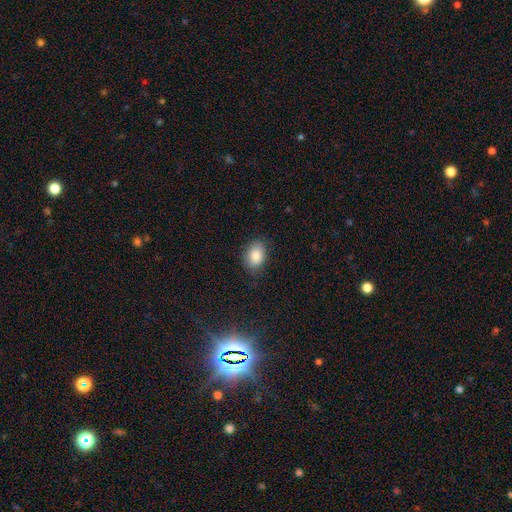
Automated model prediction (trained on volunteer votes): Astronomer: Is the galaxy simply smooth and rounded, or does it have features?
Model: smooth — 86%.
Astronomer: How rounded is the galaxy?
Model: in between — 80%.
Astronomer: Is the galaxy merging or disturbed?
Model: none — 81%.